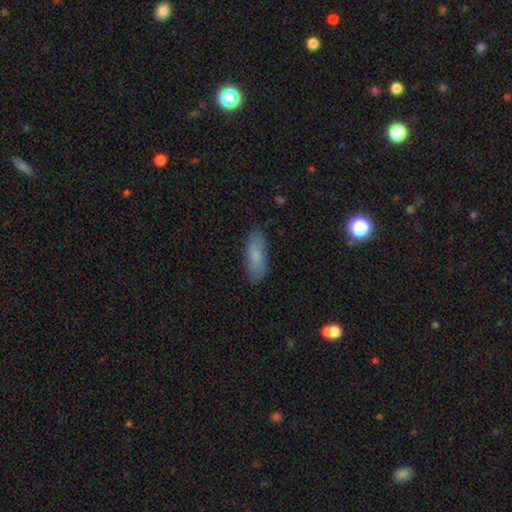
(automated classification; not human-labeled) A smooth galaxy with no disk features (79%) that is in between round and cigar-shaped (63%).

Vote fractions:
- Smooth or featured? smooth: 79% / featured or disk: 14% / star or artifact: 7%
- How rounded? in between: 63% / cigar-shaped: 35% / round: 2%
- Merging? none: 85% / minor disturbance: 12% / major disturbance: 2% / merger: 1%